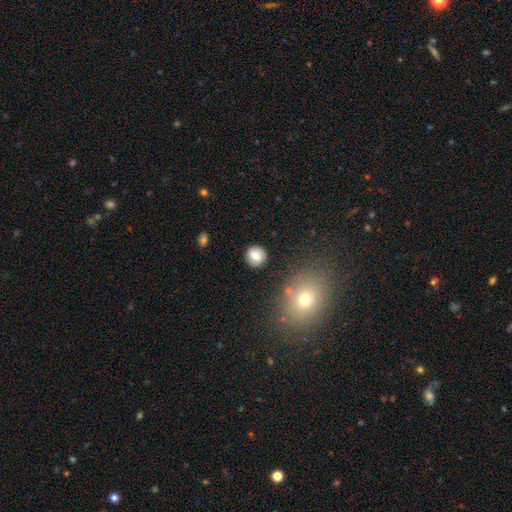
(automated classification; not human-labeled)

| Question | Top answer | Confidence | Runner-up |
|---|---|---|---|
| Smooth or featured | smooth | 74% | featured or disk (17%) |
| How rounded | round | 89% | in between (10%) |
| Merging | none | 86% | minor disturbance (8%) |